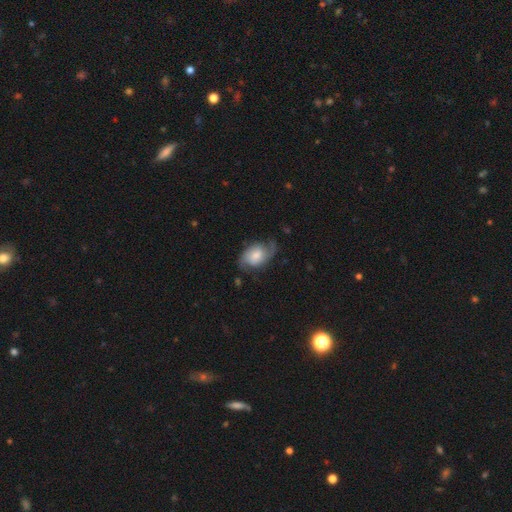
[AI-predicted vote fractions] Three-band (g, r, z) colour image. It shows a featured or disk galaxy (64%) with no bar (60%), 2 (85%) loose (41%) spiral arms (91%) and a moderate central bulge (40%). Merging: none (61%).